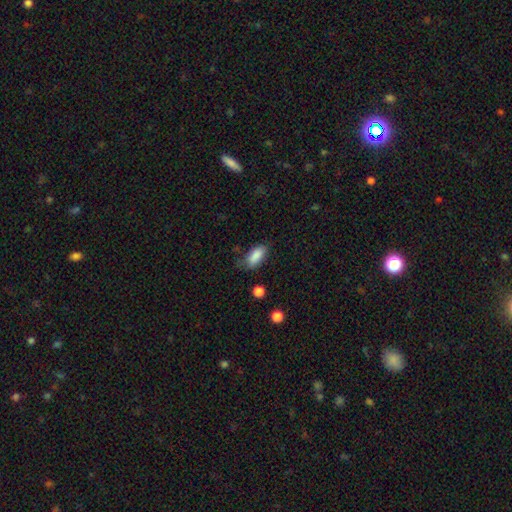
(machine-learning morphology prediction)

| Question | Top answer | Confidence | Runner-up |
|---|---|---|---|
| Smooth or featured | smooth | 87% | star or artifact (7%) |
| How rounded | in between | 88% | cigar-shaped (9%) |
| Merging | none | 67% | minor disturbance (24%) |